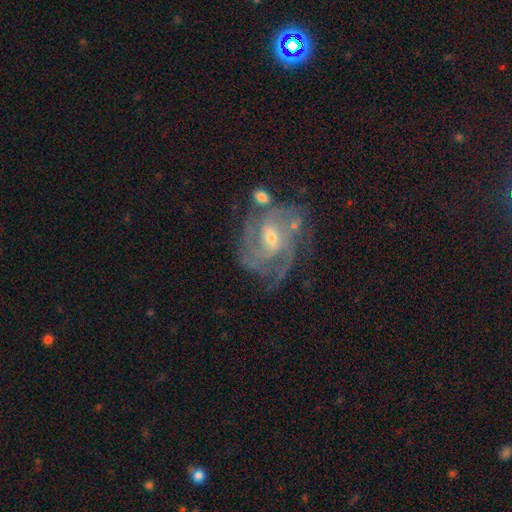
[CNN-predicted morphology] Smooth or featured? featured or disk (82%)
Edge-on disk? no (97%)
Bar? weak (49%)
Spiral arms? yes (95%)
Spiral winding? tight (52%)
Spiral arm count? 3 (30%)
Bulge size? moderate (50%)
Merging? none (67%)